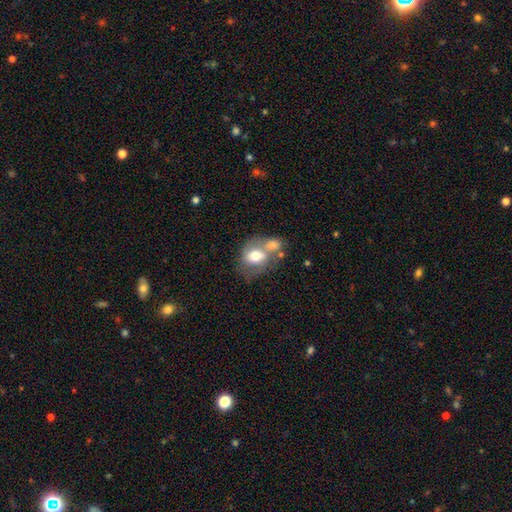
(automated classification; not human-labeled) A smooth galaxy with no disk features (61%) that is in between round and cigar-shaped (56%).

Vote fractions:
- Smooth or featured? smooth: 61% / featured or disk: 31% / star or artifact: 8%
- How rounded? in between: 56% / round: 43% / cigar-shaped: 1%
- Merging? merger: 51% / none: 27% / minor disturbance: 13% / major disturbance: 9%